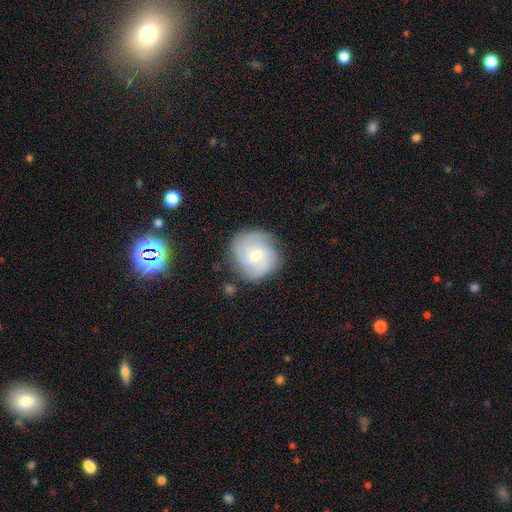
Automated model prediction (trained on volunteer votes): A featured or disk galaxy (61%) with no bar (54%), 3 (32%) tight (53%) spiral arms (91%) and a moderate central bulge (51%). Merging: none (76%).